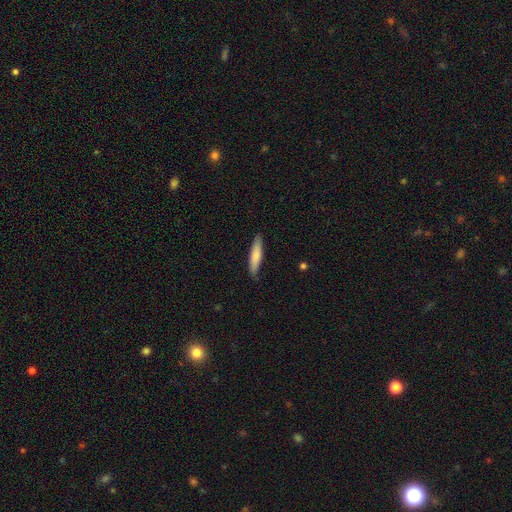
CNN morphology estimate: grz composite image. It shows a smooth galaxy with no disk features (77%) that is cigar-shaped (83%). Merging: none (84%).